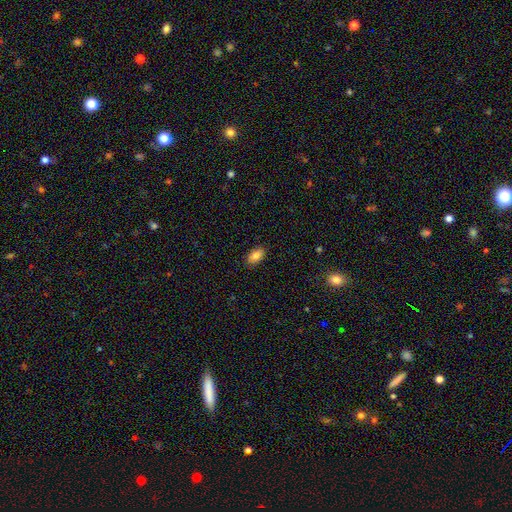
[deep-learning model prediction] smooth_or_featured: smooth (p=0.84) [alt: star or artifact p=0.08]
how_rounded: in between (p=0.91) [alt: round p=0.07]
merging: none (p=0.86) [alt: minor disturbance p=0.11]